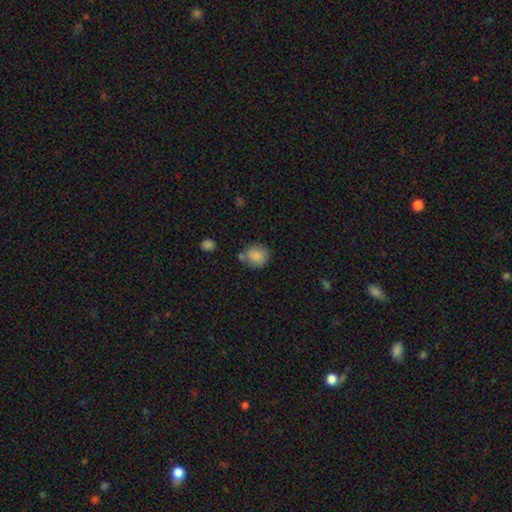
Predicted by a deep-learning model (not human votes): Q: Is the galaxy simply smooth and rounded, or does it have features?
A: smooth — 84%.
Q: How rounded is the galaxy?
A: round — 75%.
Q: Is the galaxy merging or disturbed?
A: none — 64%.